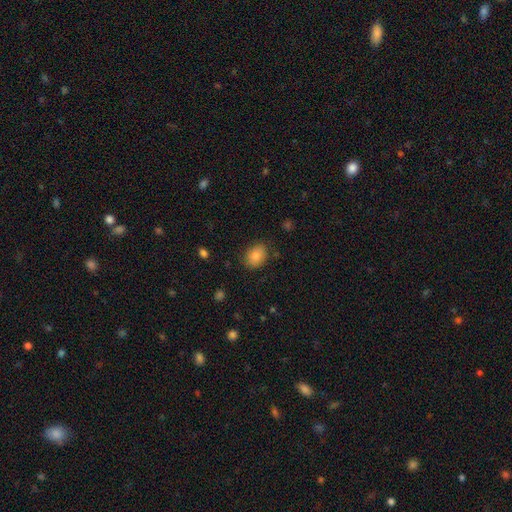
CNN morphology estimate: type=smooth (82%); roundness=in between (65%); merging=none (82%).